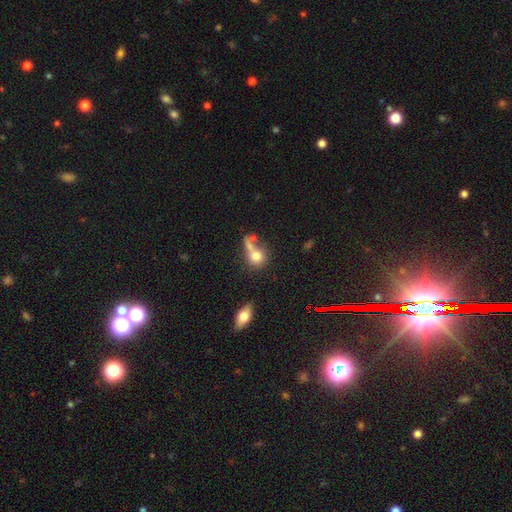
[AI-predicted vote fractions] smooth-or-featured: smooth: 71% | featured or disk: 17% | star or artifact: 12%
  how-rounded: round: 66% | in between: 30% | cigar-shaped: 4%
  merging: merger: 41% | none: 35% | minor disturbance: 13% | major disturbance: 11%